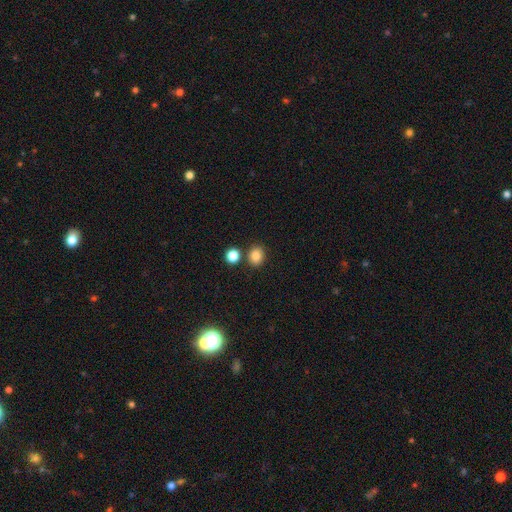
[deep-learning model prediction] A smooth galaxy with no disk features (85%) that is round (64%). Merging: none (78%).